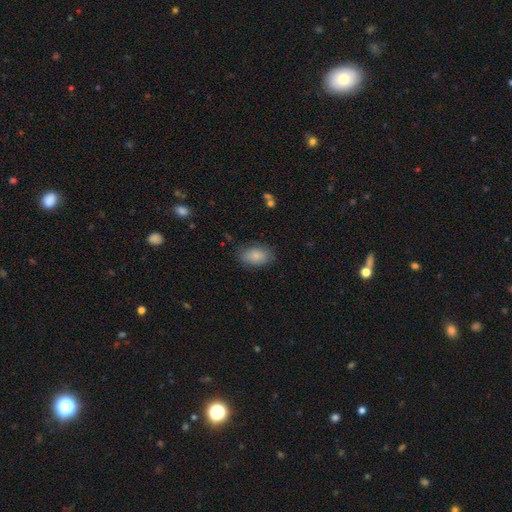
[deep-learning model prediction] A smooth galaxy with no disk features (87%) that is in between round and cigar-shaped (90%). Merging: none (78%).